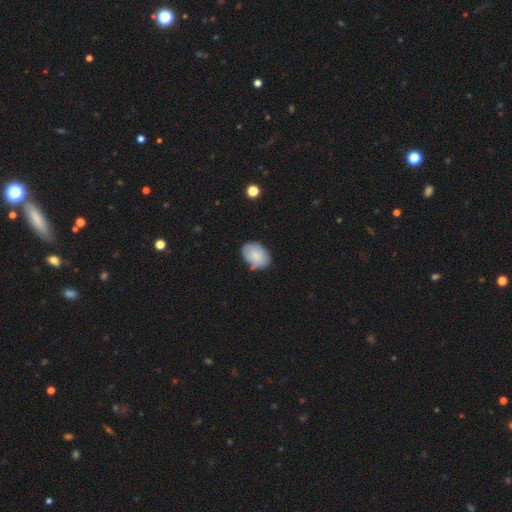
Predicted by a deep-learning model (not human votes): smooth_or_featured: smooth (p=0.78) [alt: featured or disk p=0.15]
how_rounded: in between (p=0.82) [alt: round p=0.17]
merging: none (p=0.63) [alt: minor disturbance p=0.28]